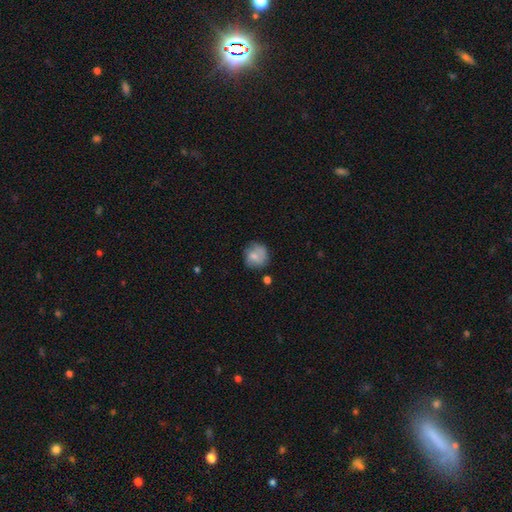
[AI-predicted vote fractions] This appears to be a smooth galaxy with no disk features (64%) that is round (80%). Merging: none (62%).